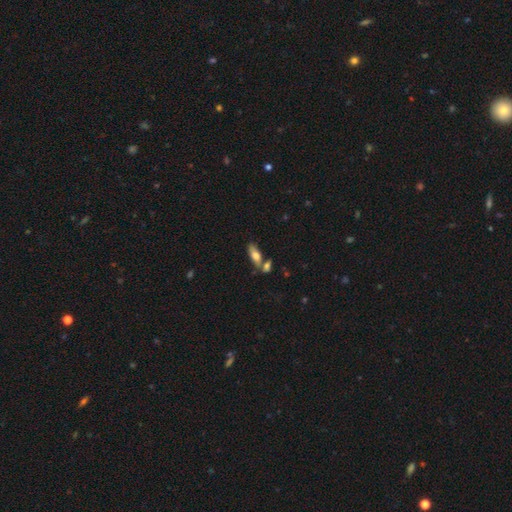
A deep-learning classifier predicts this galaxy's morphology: Smooth or featured: smooth — 67% (featured or disk — 25%)
How rounded: in between — 72% (cigar-shaped — 25%)
Merging: none — 55% (merger — 28%)